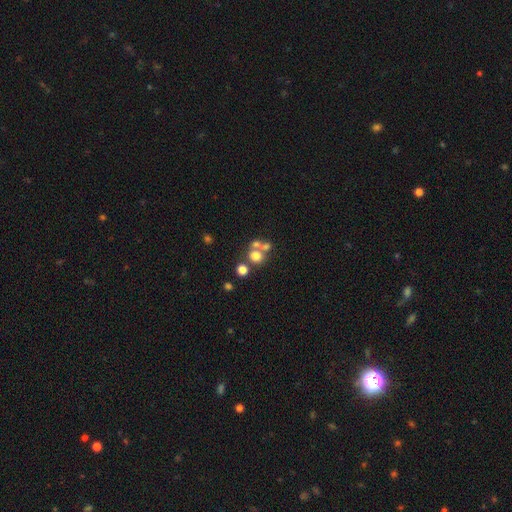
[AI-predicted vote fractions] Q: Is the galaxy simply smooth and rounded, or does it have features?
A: smooth — 66%.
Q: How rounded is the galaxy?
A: round — 75%.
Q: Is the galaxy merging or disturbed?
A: merger — 45%.